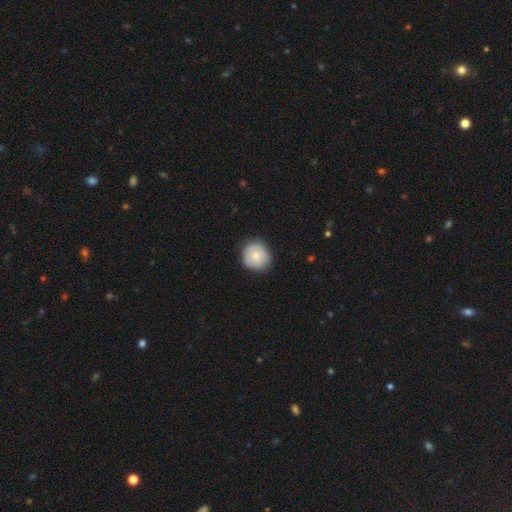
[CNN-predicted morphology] Smooth or featured? smooth (78%)
How rounded? round (88%)
Merging? none (81%)